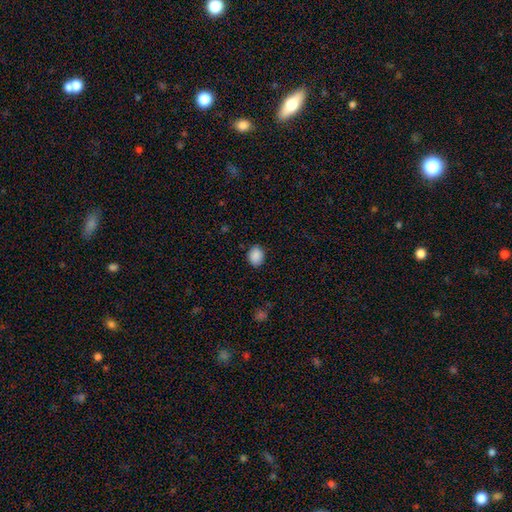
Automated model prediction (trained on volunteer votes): This is clearly a smooth galaxy (89%). How rounded: possibly in between (51%). Merging: clearly none (86%).